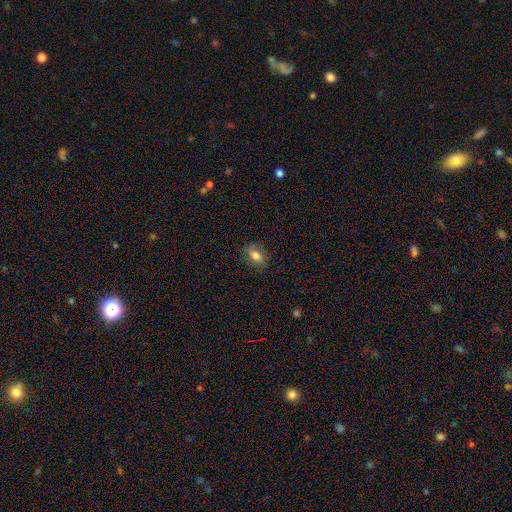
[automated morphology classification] A smooth galaxy with no disk features (73%) that is in between round and cigar-shaped (80%). Merging: none (79%).